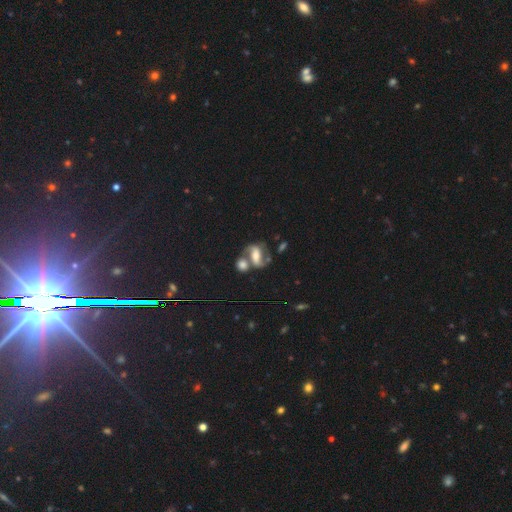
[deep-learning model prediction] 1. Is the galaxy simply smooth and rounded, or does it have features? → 68% featured or disk, 22% smooth, 10% star or artifact.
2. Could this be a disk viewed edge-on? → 94% no, 6% yes.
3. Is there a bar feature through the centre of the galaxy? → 44% strong, 34% weak, 22% no.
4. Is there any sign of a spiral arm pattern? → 87% yes, 13% no.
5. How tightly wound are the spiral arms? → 47% medium, 36% loose, 17% tight.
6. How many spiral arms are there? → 88% 2, 5% can't tell, 4% 1, 1% 3, 1% 4, 1% more than 4.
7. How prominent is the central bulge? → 49% moderate, 24% small, 19% large, 6% none, 3% dominant.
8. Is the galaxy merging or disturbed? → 40% none, 37% merger, 13% minor disturbance, 10% major disturbance.